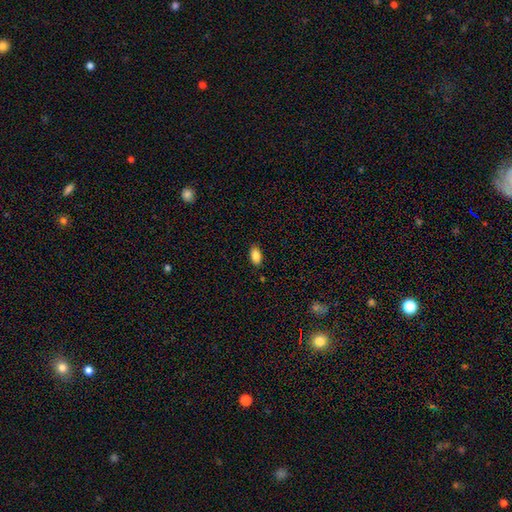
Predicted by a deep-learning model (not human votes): A smooth galaxy with no disk features (87%) that is in between round and cigar-shaped (92%).

Vote fractions:
- Smooth or featured? smooth: 87% / star or artifact: 8% / featured or disk: 5%
- How rounded? in between: 92% / round: 4% / cigar-shaped: 3%
- Merging? none: 88% / minor disturbance: 9% / major disturbance: 2% / merger: 1%